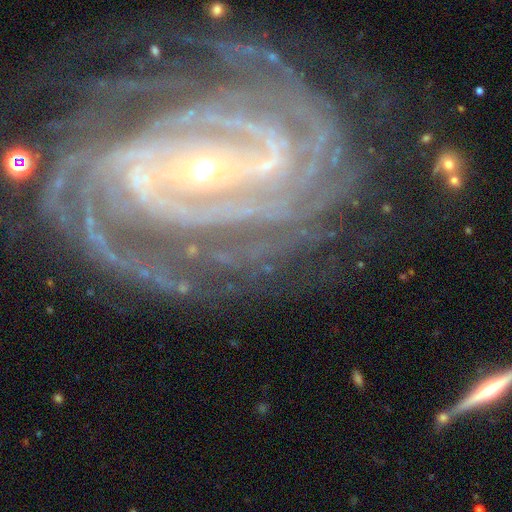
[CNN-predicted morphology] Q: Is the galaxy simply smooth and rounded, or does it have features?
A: featured or disk — 91%.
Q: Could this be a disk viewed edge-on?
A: no — 97%.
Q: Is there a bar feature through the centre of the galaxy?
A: strong — 42%.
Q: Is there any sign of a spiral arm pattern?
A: yes — 98%.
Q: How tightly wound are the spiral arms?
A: tight — 75%.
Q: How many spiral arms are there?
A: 4 — 20%, tied with 3.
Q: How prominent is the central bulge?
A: small — 65%.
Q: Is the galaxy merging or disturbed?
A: none — 72%.